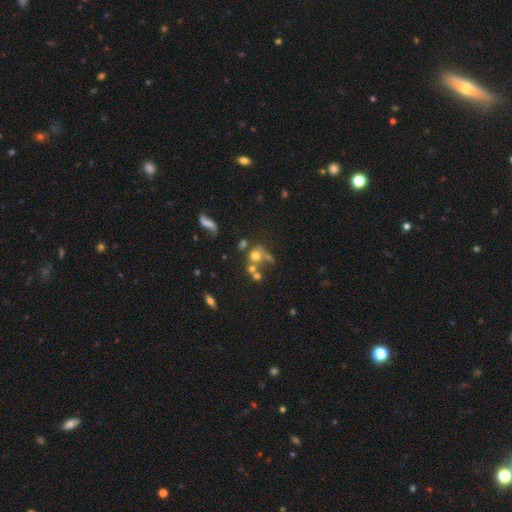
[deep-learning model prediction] Overall: smooth (58%; featured or disk 24%). How rounded: round (75%). Merging: none (38%, tied with merger).